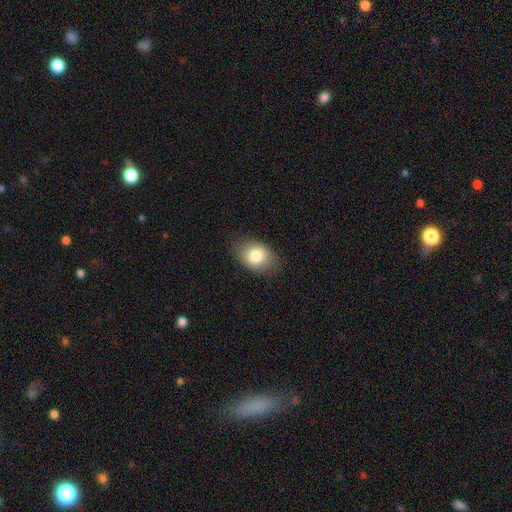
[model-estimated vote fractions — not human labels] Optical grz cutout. It shows a smooth galaxy with no disk features (80%) that is in between round and cigar-shaped (80%). Merging: none (82%).